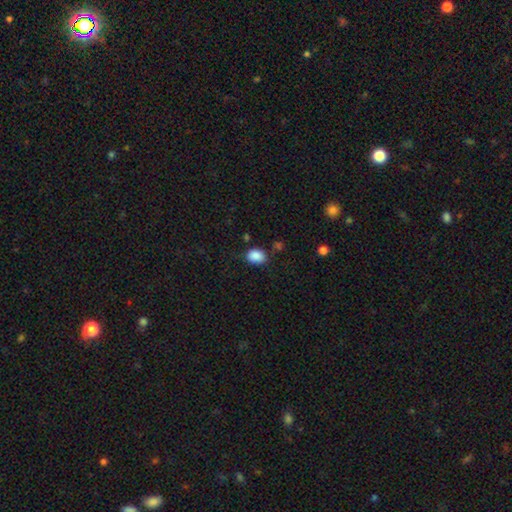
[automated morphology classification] The model was most divided on "how rounded": in between: 71%, round: 28%, cigar-shaped: 1%. More confident: smooth or featured — smooth (88%); merging — none (74%).